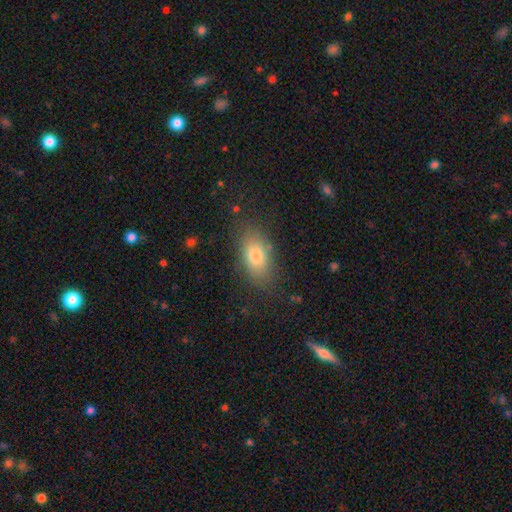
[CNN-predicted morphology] Smooth or featured?
  - smooth: 78% *
  - featured or disk: 14%
  - star or artifact: 9%
How rounded?
  - in between: 88% *
  - round: 7%
  - cigar-shaped: 6%
Merging?
  - none: 81% *
  - minor disturbance: 13%
  - major disturbance: 4%
  - merger: 2%